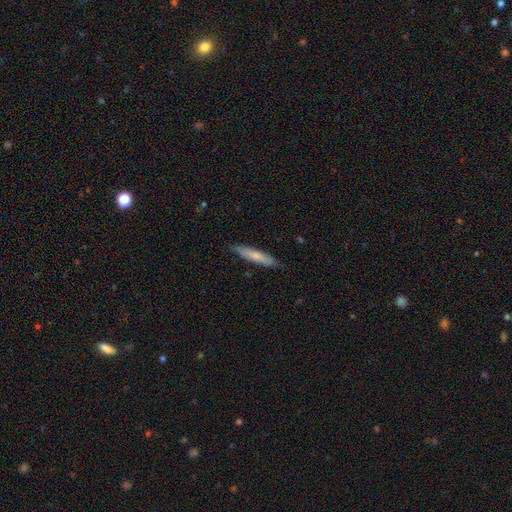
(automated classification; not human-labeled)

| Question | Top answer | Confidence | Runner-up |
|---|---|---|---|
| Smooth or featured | smooth | 64% | featured or disk (30%) |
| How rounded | cigar-shaped | 88% | in between (11%) |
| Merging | none | 82% | minor disturbance (15%) |